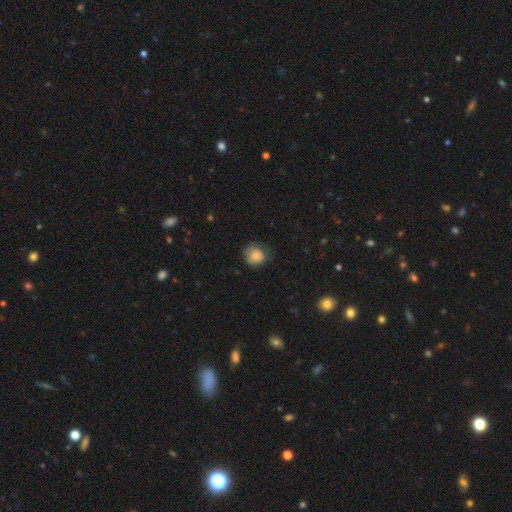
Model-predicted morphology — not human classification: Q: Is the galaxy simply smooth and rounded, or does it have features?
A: smooth — 84%.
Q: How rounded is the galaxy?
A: round — 79%.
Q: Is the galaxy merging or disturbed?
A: none — 66%.